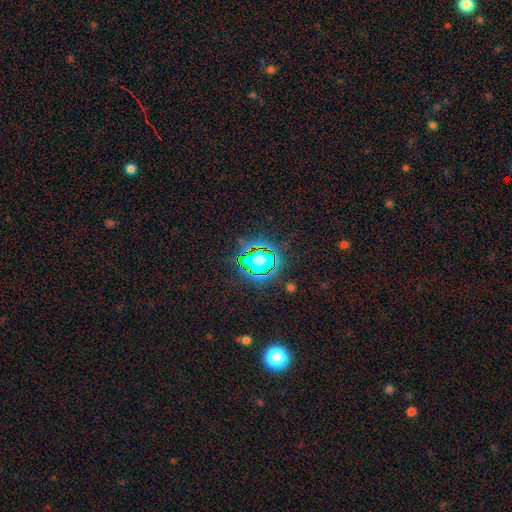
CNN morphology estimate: Overall: star or artifact (81%).